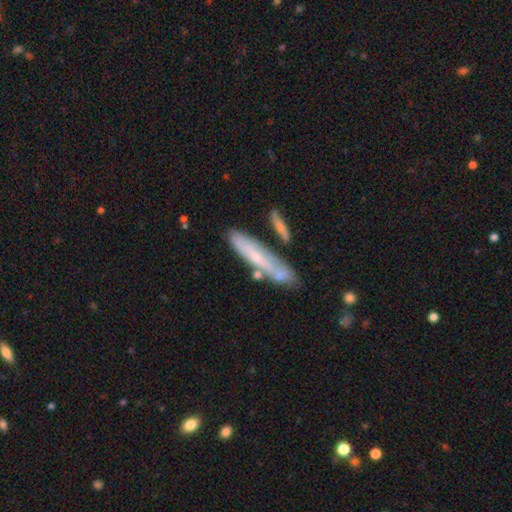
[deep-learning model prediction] A smooth galaxy with no disk features (48%).

Vote fractions:
- Smooth or featured? smooth: 48% / featured or disk: 45% / star or artifact: 7%
- Merging? none: 60% / minor disturbance: 18% / merger: 16% / major disturbance: 5%